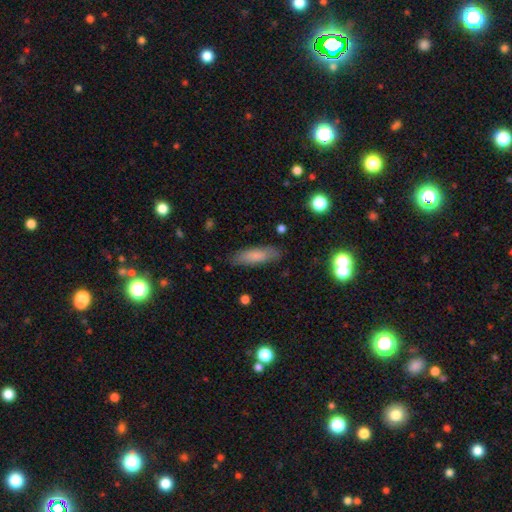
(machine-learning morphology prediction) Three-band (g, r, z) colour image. It shows a smooth galaxy with no disk features (78%) that is cigar-shaped (52%). Merging: none (83%).